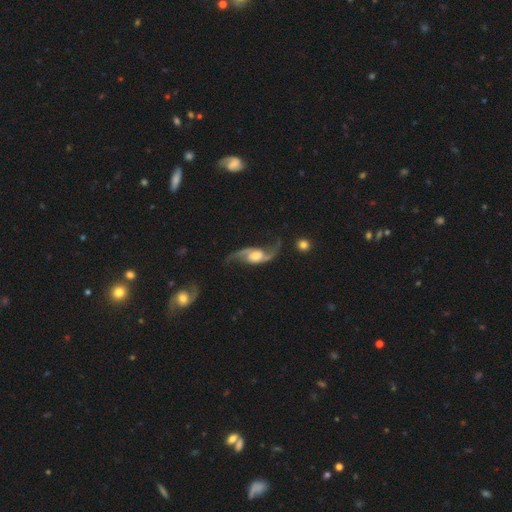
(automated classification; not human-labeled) smooth_or_featured: featured or disk (p=0.90) [alt: smooth p=0.06]
disk_edge_on: no (p=0.94) [alt: yes p=0.06]
bar: no (p=0.53) [alt: weak p=0.35]
has_spiral_arms: yes (p=0.97) [alt: no p=0.03]
spiral_winding: loose (p=0.76) [alt: medium p=0.20]
spiral_arm_count: 2 (p=0.94) [alt: 1 p=0.02]
bulge_size: moderate (p=0.48) [alt: large p=0.27]
merging: none (p=0.72) [alt: minor disturbance p=0.16]